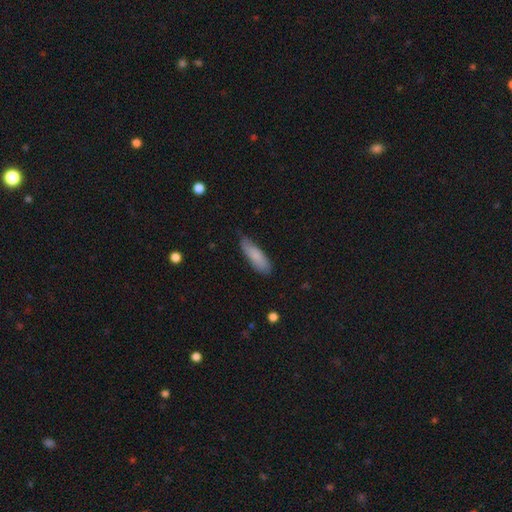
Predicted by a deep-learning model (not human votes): Smooth or featured? smooth (82%)
How rounded? cigar-shaped (50%)
Merging? none (76%)